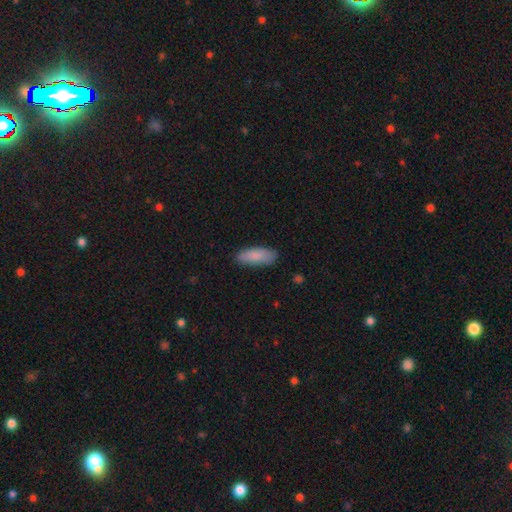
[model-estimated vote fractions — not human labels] This is clearly a smooth galaxy (86%). How rounded: likely in between (71%). Merging: clearly none (83%).